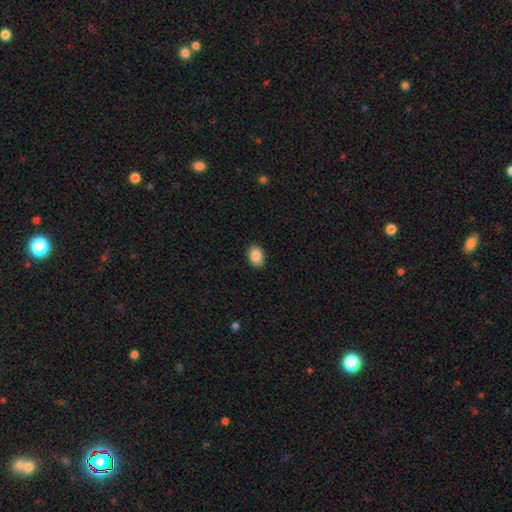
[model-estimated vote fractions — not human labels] A smooth galaxy with no disk features (88%) that is in between round and cigar-shaped (77%). Merging: none (87%).